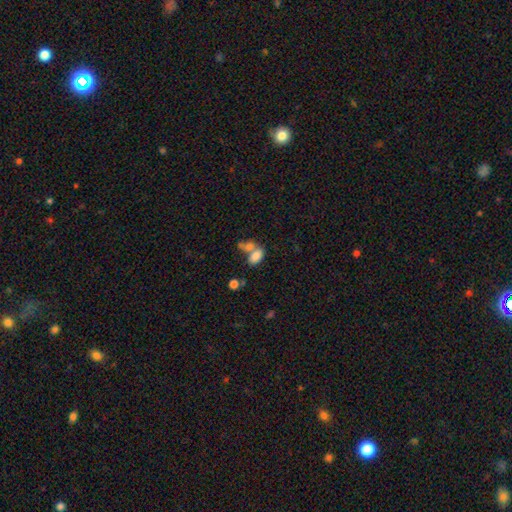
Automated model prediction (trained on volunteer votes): The model was most divided on "merging": merger: 53%, none: 32%, minor disturbance: 10%, major disturbance: 6%. More confident: how rounded — in between (91%); smooth or featured — smooth (80%).